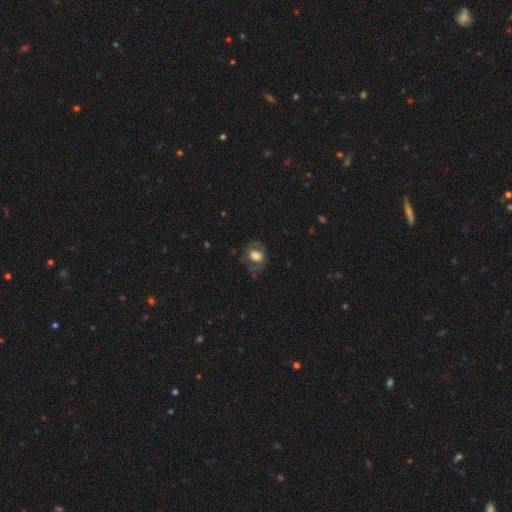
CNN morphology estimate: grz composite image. It shows a smooth galaxy with no disk features (51%) that is in between round and cigar-shaped (62%). Merging: none (59%).